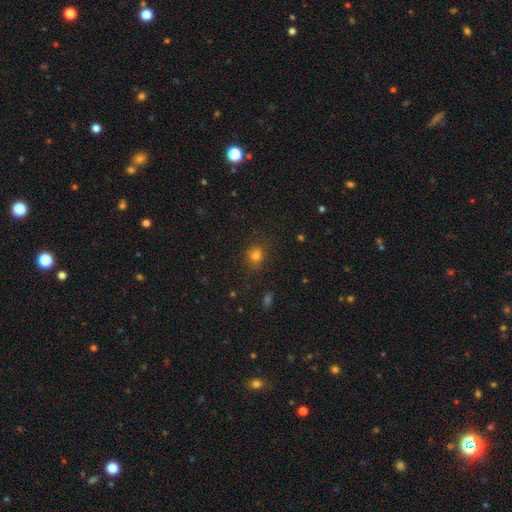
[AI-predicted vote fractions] smooth_or_featured: smooth (p=0.76) [alt: star or artifact p=0.17]
how_rounded: round (p=0.73) [alt: in between p=0.26]
merging: none (p=0.80) [alt: minor disturbance p=0.14]